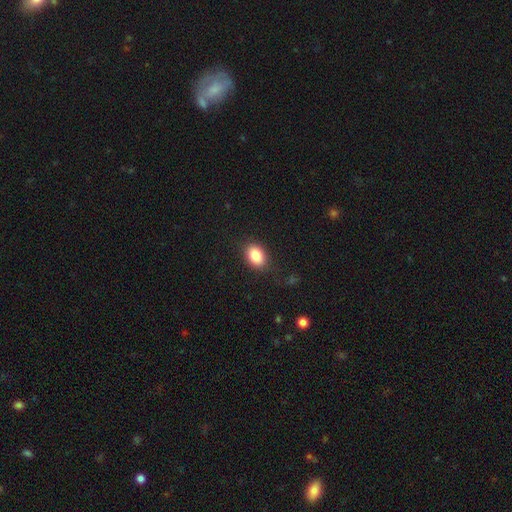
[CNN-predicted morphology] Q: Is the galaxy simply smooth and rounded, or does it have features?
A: smooth — 85%.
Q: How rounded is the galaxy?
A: in between — 73%.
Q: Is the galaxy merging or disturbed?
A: none — 84%.